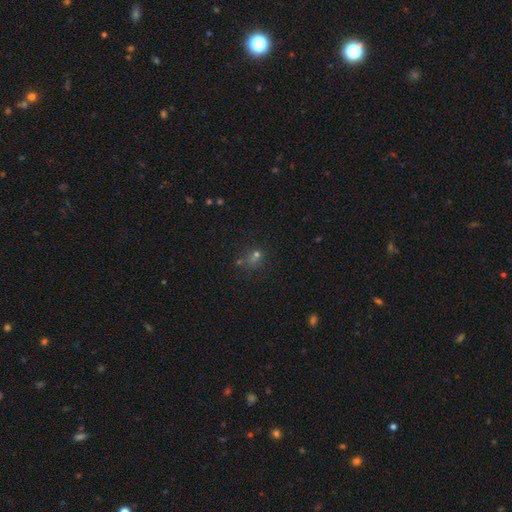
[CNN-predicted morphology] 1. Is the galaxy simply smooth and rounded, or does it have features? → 47% smooth, 39% star or artifact, 14% featured or disk.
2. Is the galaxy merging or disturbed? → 56% none, 23% merger, 13% minor disturbance, 8% major disturbance.